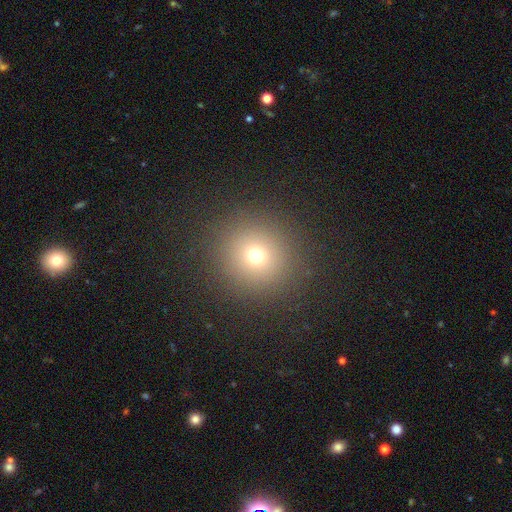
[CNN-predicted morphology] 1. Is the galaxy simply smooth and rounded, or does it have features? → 70% smooth, 20% star or artifact, 10% featured or disk.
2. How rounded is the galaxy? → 93% round, 6% in between, 1% cigar-shaped.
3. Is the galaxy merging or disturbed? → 90% none, 6% minor disturbance, 3% major disturbance, 1% merger.